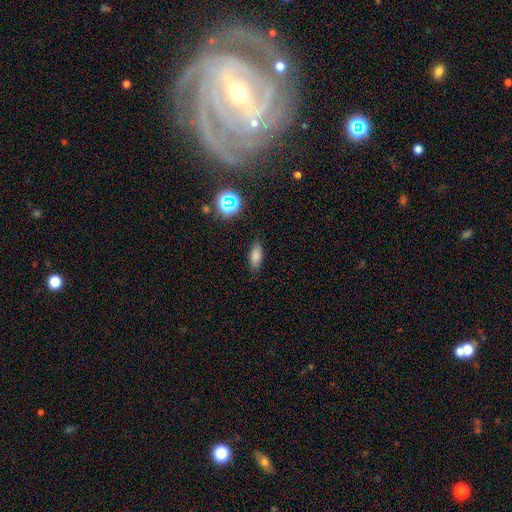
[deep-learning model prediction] The model was most divided on "how rounded": in between: 79%, cigar-shaped: 17%, round: 4%. More confident: merging — none (84%); smooth or featured — smooth (79%).